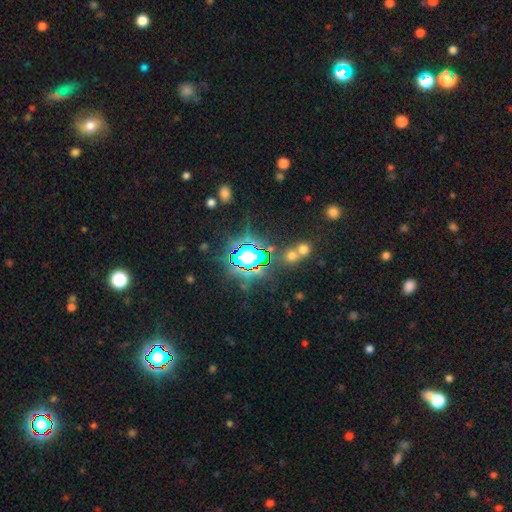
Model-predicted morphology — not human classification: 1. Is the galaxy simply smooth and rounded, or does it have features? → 79% star or artifact, 13% smooth, 8% featured or disk.